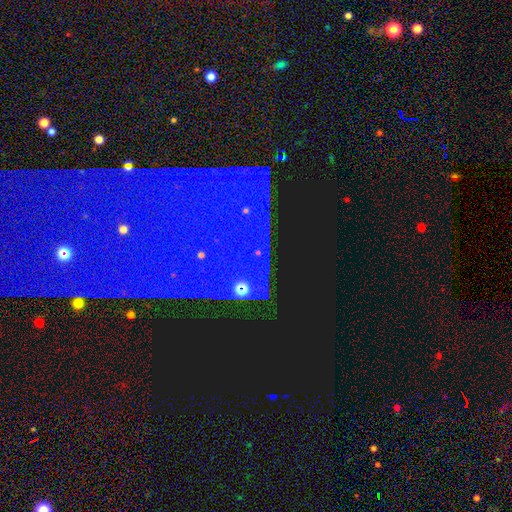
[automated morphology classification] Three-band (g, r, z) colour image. It shows a star or artifact, not a galaxy (78%).